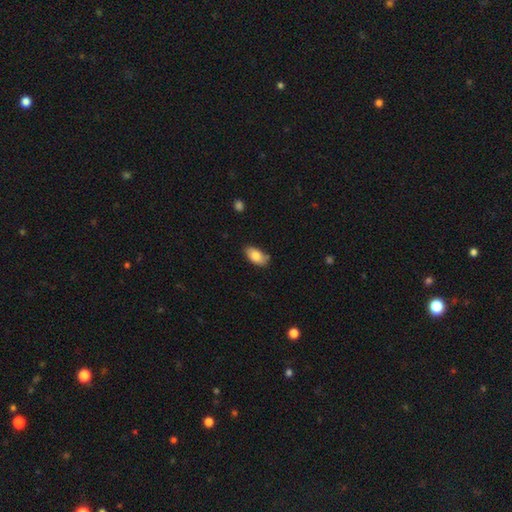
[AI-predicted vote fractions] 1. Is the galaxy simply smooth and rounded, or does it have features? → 83% smooth, 10% featured or disk, 7% star or artifact.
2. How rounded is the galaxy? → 93% in between, 4% round, 3% cigar-shaped.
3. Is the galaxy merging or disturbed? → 78% none, 17% minor disturbance, 3% merger, 3% major disturbance.